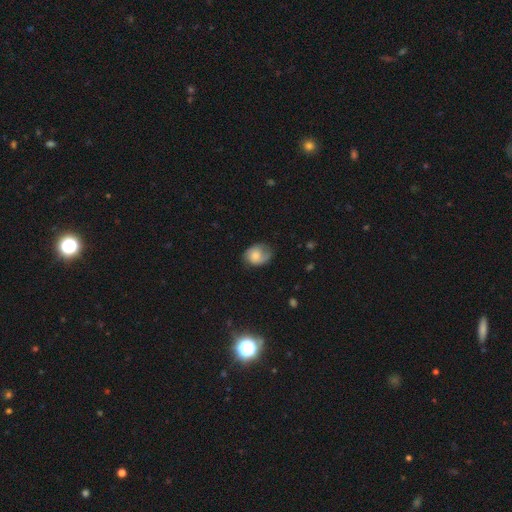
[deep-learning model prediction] Smooth or featured? Predicted: smooth (p=0.59). How rounded? Predicted: in between (p=0.54). Merging? Predicted: none (p=0.55).